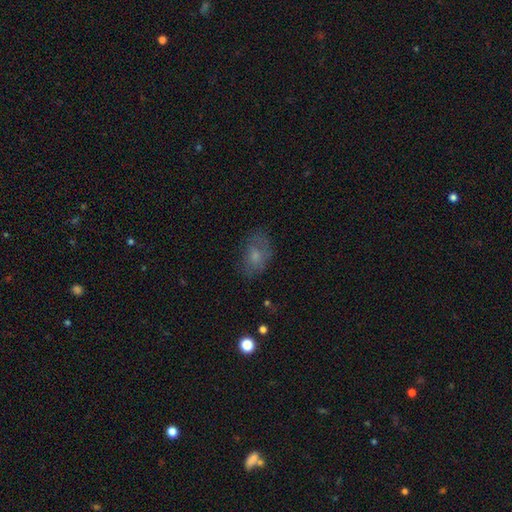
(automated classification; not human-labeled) smooth 63%, featured or disk 25%, star or artifact 12%. Down the decision tree: how rounded — in between (82%); merging — none (64%).